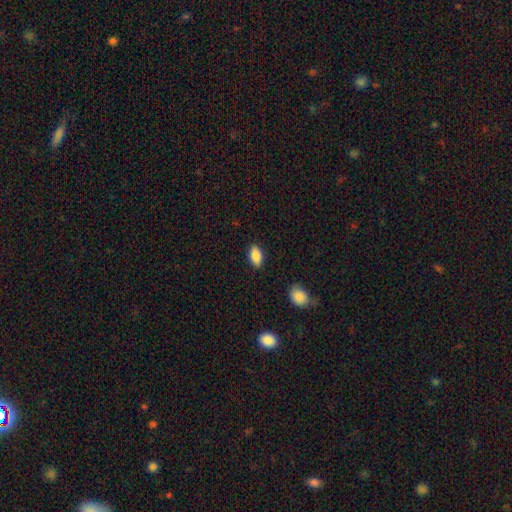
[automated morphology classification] smooth 86%, star or artifact 8%, featured or disk 7%. Down the decision tree: how rounded — in between (91%); merging — none (86%).